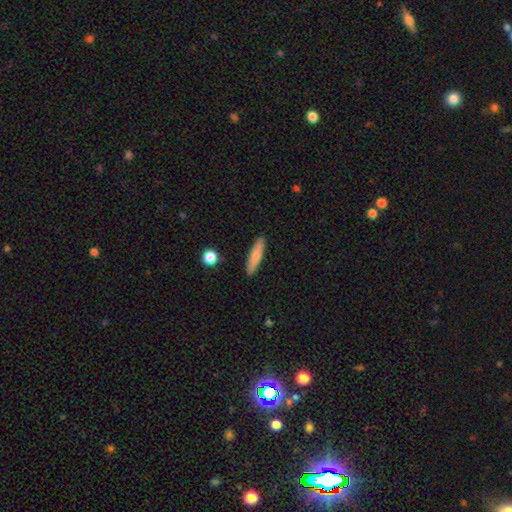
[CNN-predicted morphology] This appears to be a smooth galaxy with no disk features (78%) that is cigar-shaped (84%). Merging: none (90%).